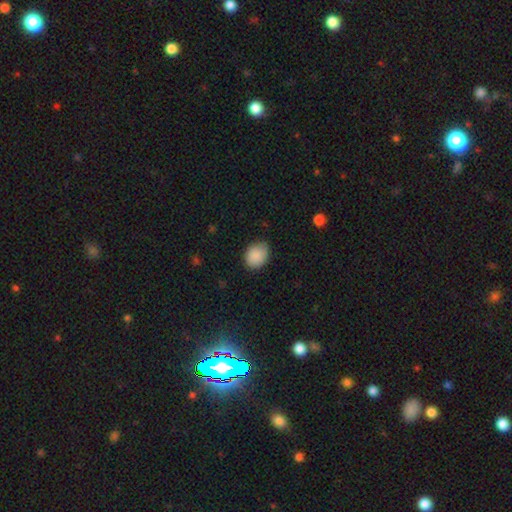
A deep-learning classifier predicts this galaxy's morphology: Smooth or featured: smooth — 88% (star or artifact — 7%)
How rounded: in between — 54% (round — 46%)
Merging: none — 74% (minor disturbance — 22%)